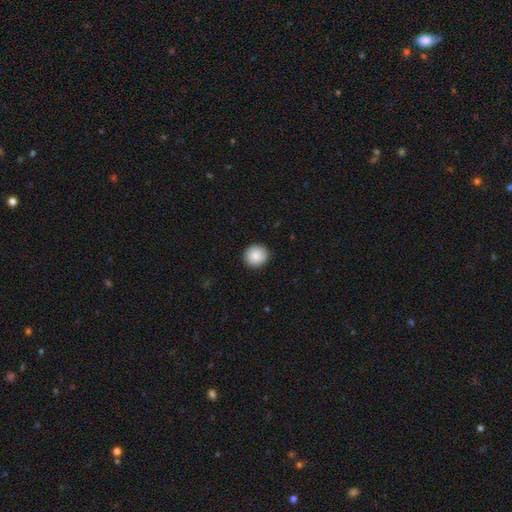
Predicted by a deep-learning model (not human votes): Morphology: type=smooth (87%); roundness=round (89%); merging=none (90%).